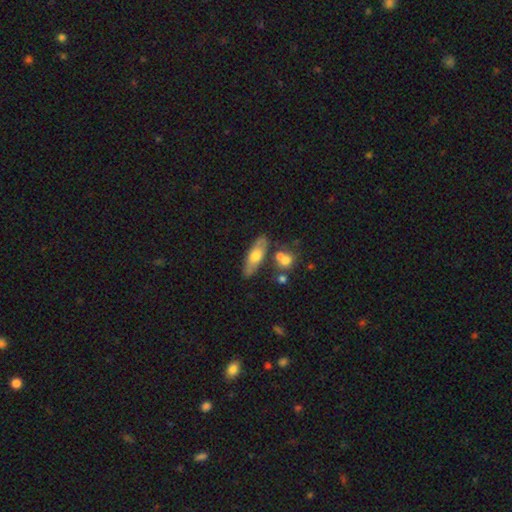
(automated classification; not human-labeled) Smooth or featured: smooth — 56% (featured or disk — 38%)
How rounded: in between — 58% (cigar-shaped — 39%)
Merging: none — 72% (minor disturbance — 15%)